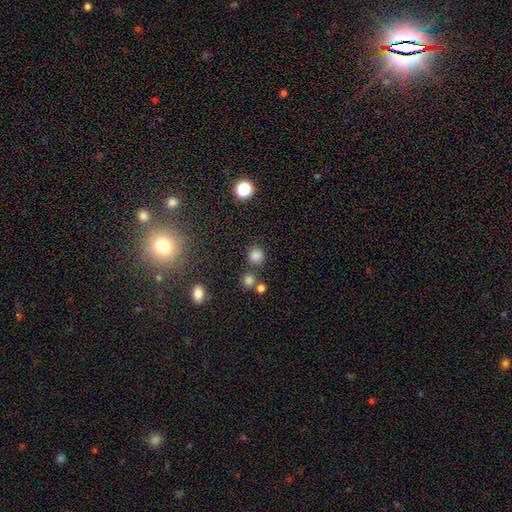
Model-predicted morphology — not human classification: This is likely a smooth galaxy (79%). How rounded: clearly round (87%). Merging: likely none (74%).